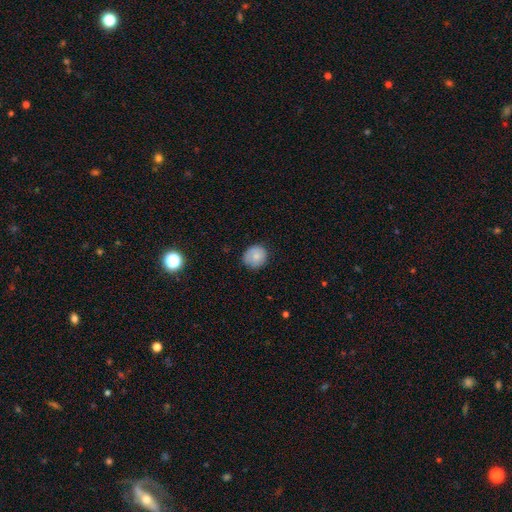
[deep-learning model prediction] This is likely a smooth galaxy (80%). How rounded: clearly round (83%). Merging: likely none (78%).